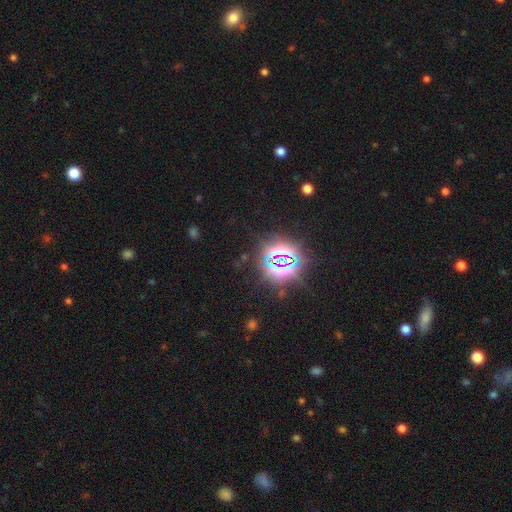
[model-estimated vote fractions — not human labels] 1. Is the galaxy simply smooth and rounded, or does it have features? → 81% star or artifact, 12% smooth, 6% featured or disk.